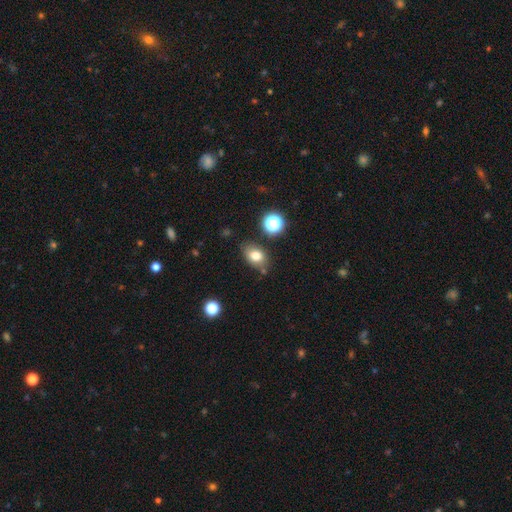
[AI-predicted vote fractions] smooth_or_featured: smooth (p=0.77) [alt: star or artifact p=0.12]
how_rounded: in between (p=0.74) [alt: round p=0.25]
merging: none (p=0.75) [alt: minor disturbance p=0.16]